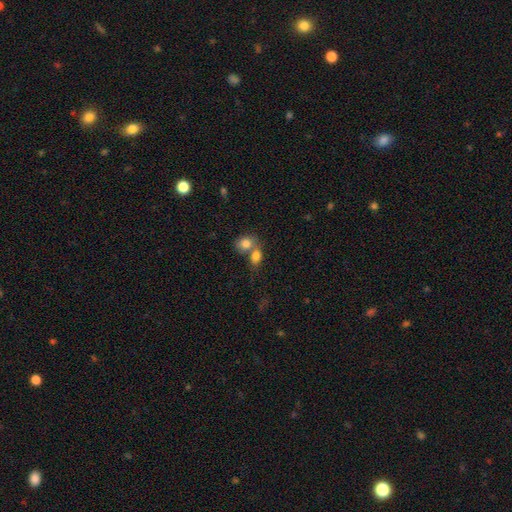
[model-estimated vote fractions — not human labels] Morphology: type=smooth (80%); roundness=in between (64%); merging=merger (59%).